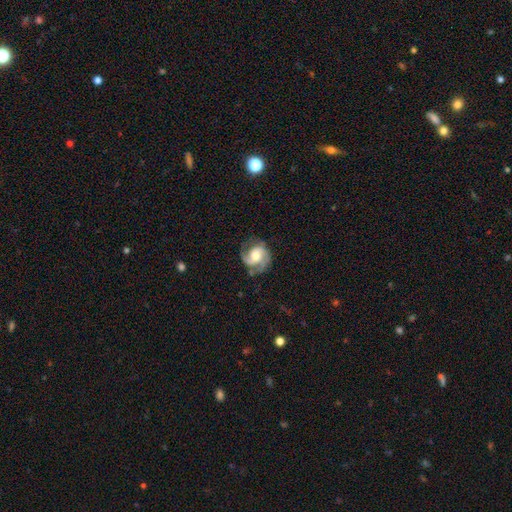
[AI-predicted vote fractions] This appears to be a featured or disk galaxy (83%) with no bar (55%), 2 (62%) medium (51%) spiral arms (96%) and a moderate central bulge (58%). Merging: none (69%).